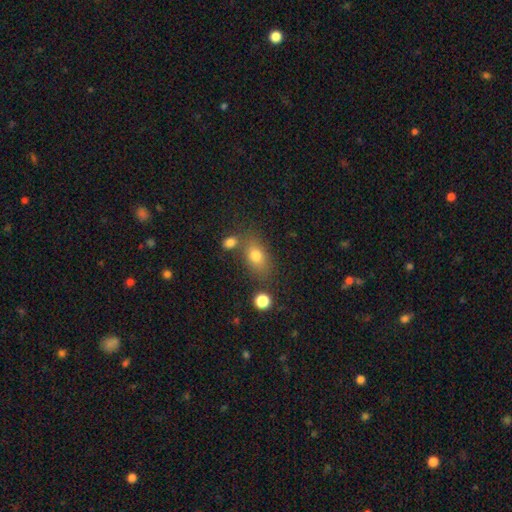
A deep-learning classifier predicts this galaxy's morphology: smooth 76%, featured or disk 12%, star or artifact 11%. Down the decision tree: how rounded — in between (77%); merging — none (66%).